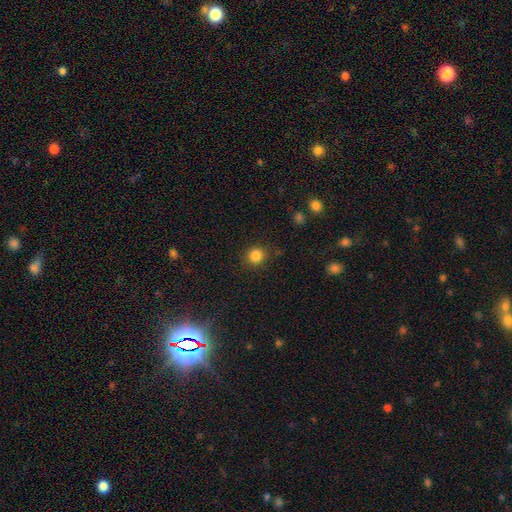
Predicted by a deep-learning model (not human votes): A smooth galaxy with no disk features (84%) that is round (91%).

Vote fractions:
- Smooth or featured? smooth: 84% / star or artifact: 12% / featured or disk: 4%
- How rounded? round: 91% / in between: 8% / cigar-shaped: 1%
- Merging? none: 88% / minor disturbance: 8% / major disturbance: 3% / merger: 2%